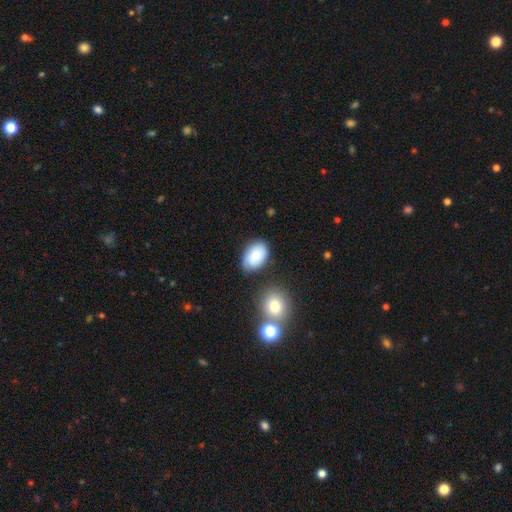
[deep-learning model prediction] smooth_or_featured: smooth (p=0.77) [alt: featured or disk p=0.15]
how_rounded: in between (p=0.86) [alt: round p=0.13]
merging: none (p=0.70) [alt: minor disturbance p=0.20]